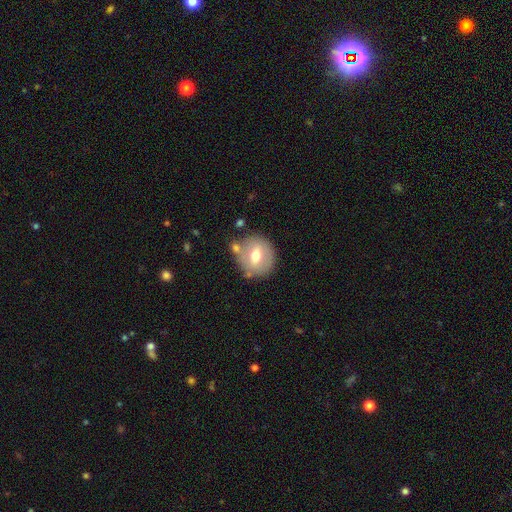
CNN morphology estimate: A smooth galaxy with no disk features (56%) that is round (81%).

Vote fractions:
- Smooth or featured? smooth: 56% / featured or disk: 37% / star or artifact: 8%
- How rounded? round: 81% / in between: 18% / cigar-shaped: 1%
- Merging? none: 74% / minor disturbance: 13% / merger: 8% / major disturbance: 4%